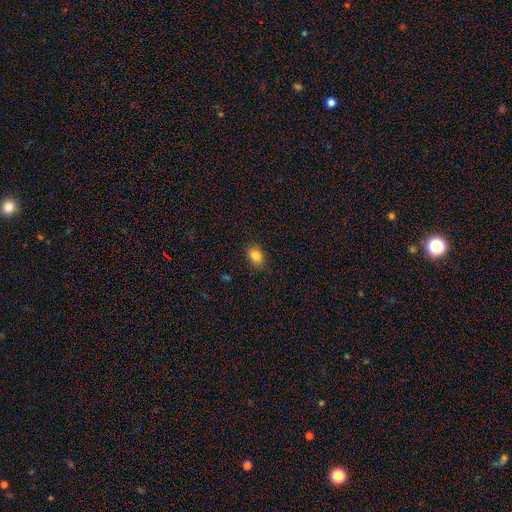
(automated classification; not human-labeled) Morphology: type=smooth (84%); roundness=in between (73%); merging=none (86%).